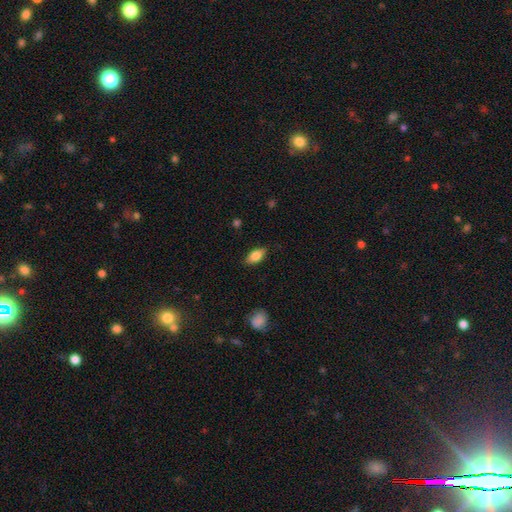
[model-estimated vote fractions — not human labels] Smooth or featured? smooth (79%)
How rounded? in between (88%)
Merging? none (84%)